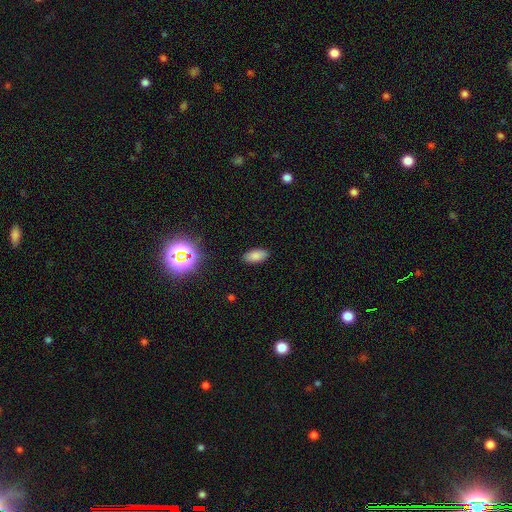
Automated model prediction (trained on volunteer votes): A smooth galaxy with no disk features (82%) that is in between round and cigar-shaped (92%). Merging: none (88%).